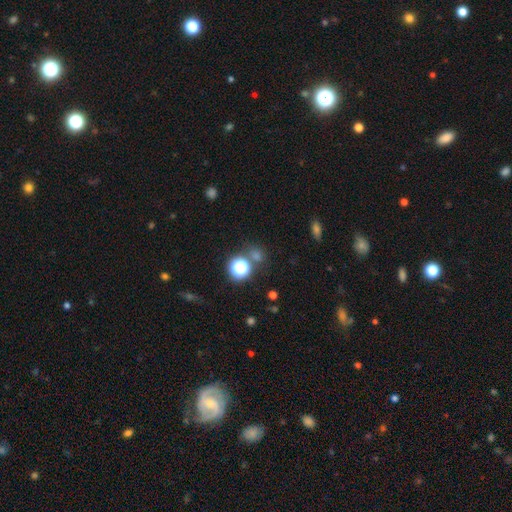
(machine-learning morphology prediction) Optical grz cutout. It shows a star or artifact, not a galaxy (52%).